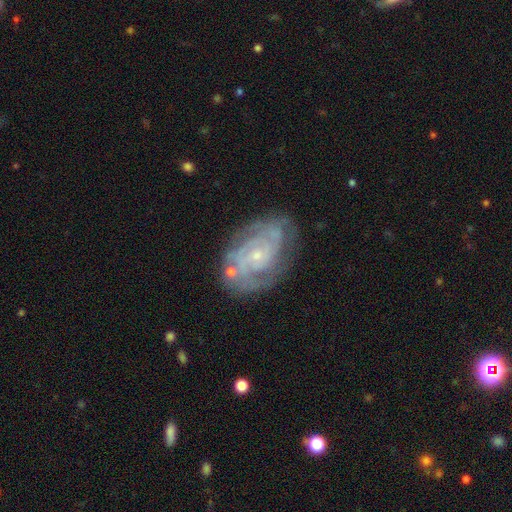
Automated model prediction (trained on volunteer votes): Smooth or featured? featured or disk (83%)
Edge-on disk? no (97%)
Bar? no (72%)
Spiral arms? yes (93%)
Spiral winding? tight (62%)
Spiral arm count? 2 (38%)
Bulge size? small (77%)
Merging? none (71%)